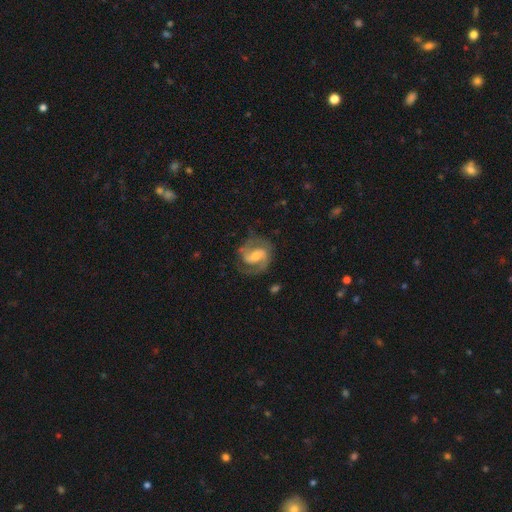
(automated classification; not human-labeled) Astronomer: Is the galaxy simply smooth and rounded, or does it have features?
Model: featured or disk — 83%.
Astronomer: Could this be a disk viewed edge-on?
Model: no — 98%.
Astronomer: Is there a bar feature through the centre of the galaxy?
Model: weak — 48% (runner-up: no, 27%).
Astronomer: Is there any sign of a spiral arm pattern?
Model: yes — 95%.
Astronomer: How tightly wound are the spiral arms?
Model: medium — 54%.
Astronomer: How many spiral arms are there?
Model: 2 — 84%.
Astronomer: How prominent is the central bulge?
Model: moderate — 43% (runner-up: small, 38%).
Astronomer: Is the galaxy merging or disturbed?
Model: none — 68%.